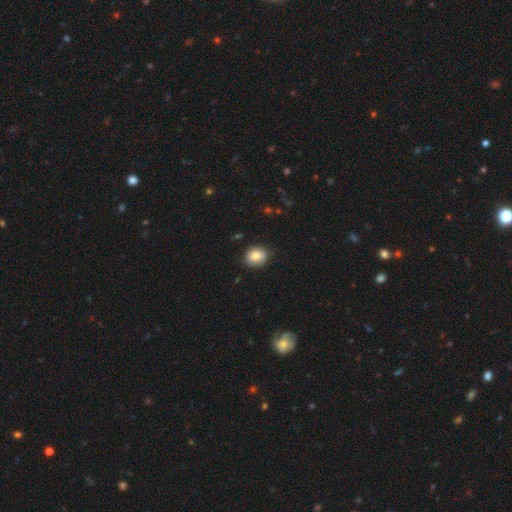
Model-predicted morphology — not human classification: smooth-or-featured: smooth: 82% | featured or disk: 10% | star or artifact: 8%
  how-rounded: round: 60% | in between: 39% | cigar-shaped: 1%
  merging: none: 80% | minor disturbance: 16% | major disturbance: 3% | merger: 1%